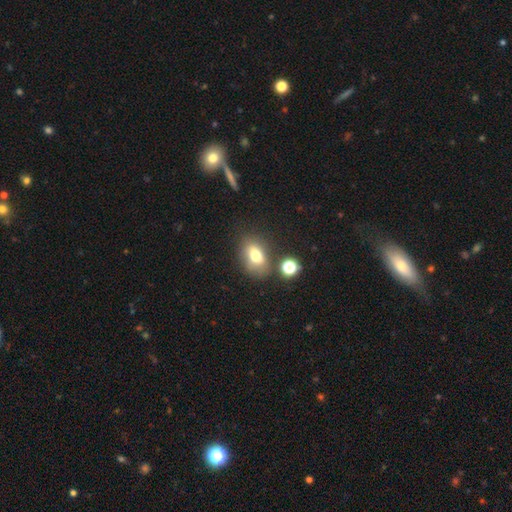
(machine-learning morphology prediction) Smooth or featured? smooth (73%)
How rounded? in between (76%)
Merging? none (68%)